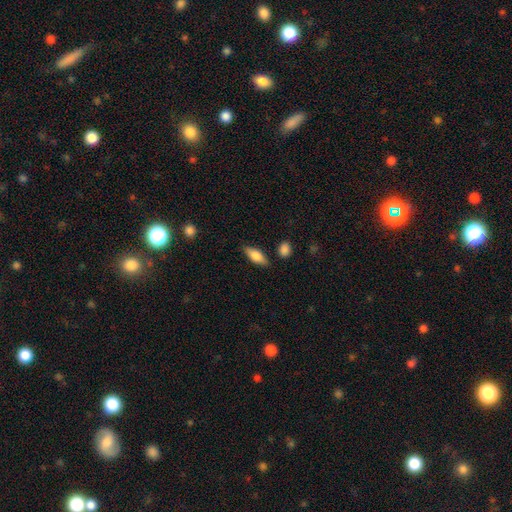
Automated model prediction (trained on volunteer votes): Q: Smooth or featured?
A: smooth (74%); runner-up: featured or disk (20%)
Q: How rounded?
A: in between (76%); runner-up: cigar-shaped (21%)
Q: Merging?
A: none (82%); runner-up: minor disturbance (12%)